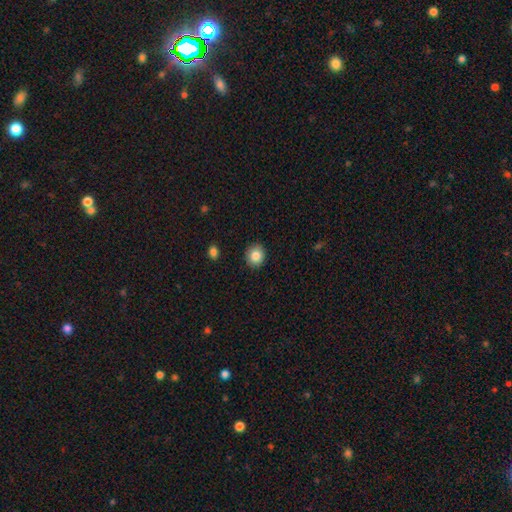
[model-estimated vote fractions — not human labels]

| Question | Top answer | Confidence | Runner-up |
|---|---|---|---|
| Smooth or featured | smooth | 85% | star or artifact (9%) |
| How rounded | round | 78% | in between (21%) |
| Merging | none | 90% | minor disturbance (7%) |